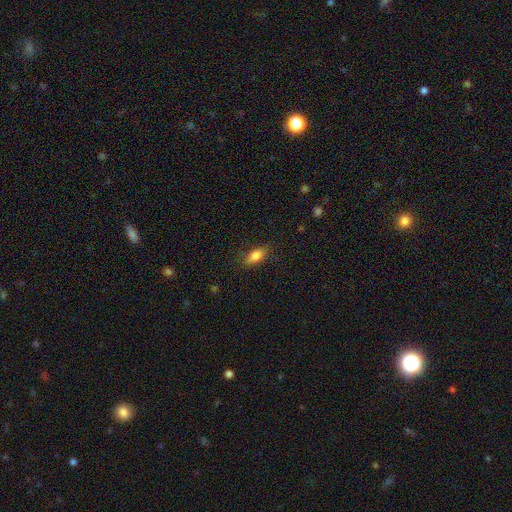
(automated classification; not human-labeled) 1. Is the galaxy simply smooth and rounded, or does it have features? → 81% smooth, 11% featured or disk, 8% star or artifact.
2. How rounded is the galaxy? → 77% in between, 19% cigar-shaped, 3% round.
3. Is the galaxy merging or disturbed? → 82% none, 14% minor disturbance, 4% major disturbance, 1% merger.